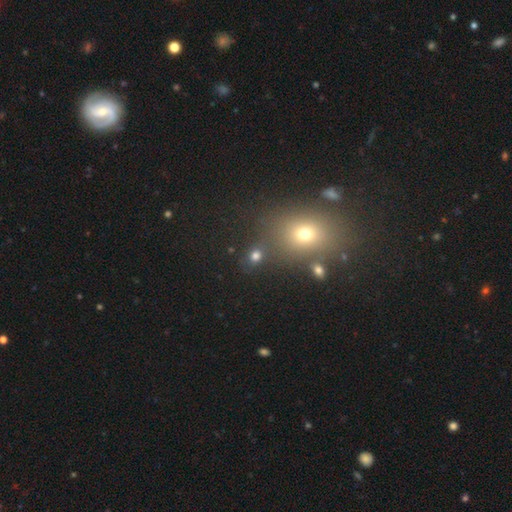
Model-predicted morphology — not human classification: Q: Smooth or featured?
A: smooth (73%); runner-up: star or artifact (20%)
Q: How rounded?
A: round (71%); runner-up: in between (28%)
Q: Merging?
A: none (71%); runner-up: merger (15%)